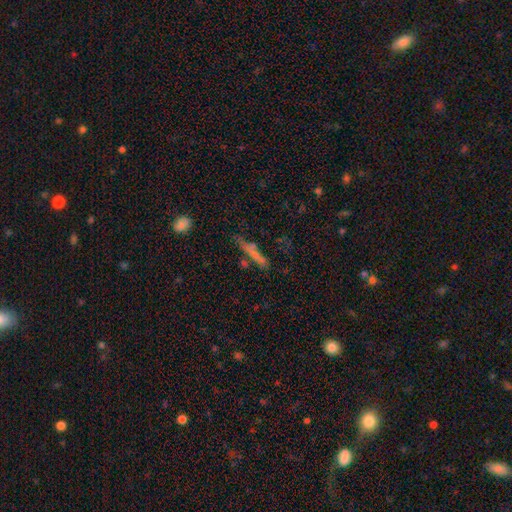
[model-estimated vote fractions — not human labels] Morphology: type=smooth (51%); roundness=cigar-shaped (89%); merging=none (68%).